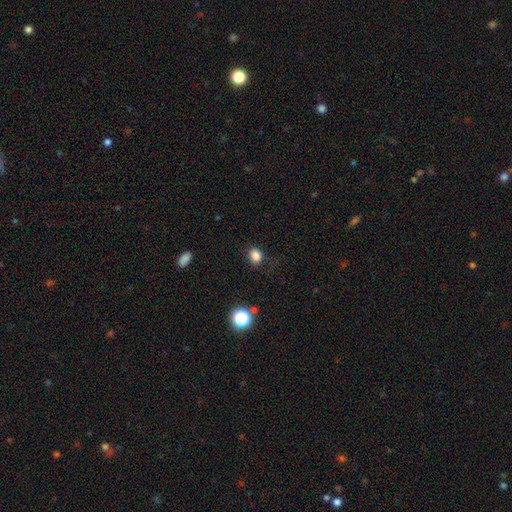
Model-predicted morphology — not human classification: Smooth or featured? Predicted: smooth (p=0.83). How rounded? Predicted: round (p=0.52). Merging? Predicted: none (p=0.77).